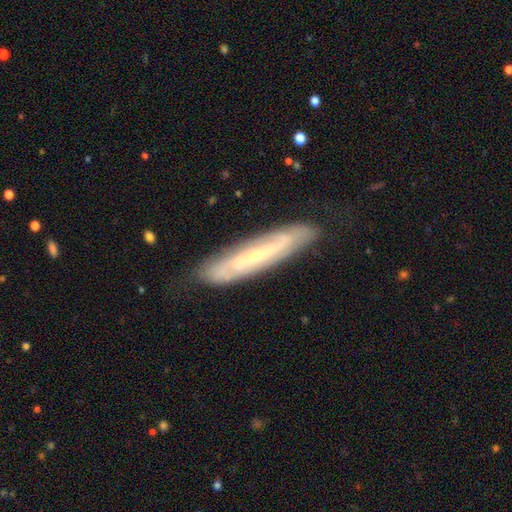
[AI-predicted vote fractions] Smooth or featured: featured or disk — 72% (smooth — 22%)
Edge-on disk: no — 57% (yes — 43%)
Merging: none — 81% (minor disturbance — 14%)